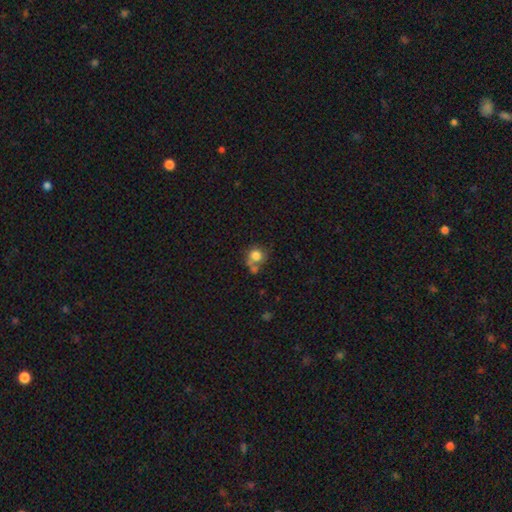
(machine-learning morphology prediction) The model was most divided on "merging": none: 43%, merger: 32%, minor disturbance: 15%, major disturbance: 10%. More confident: how rounded — round (81%); smooth or featured — smooth (77%).